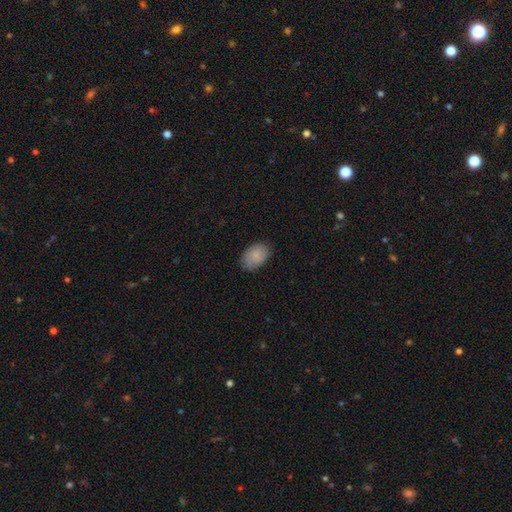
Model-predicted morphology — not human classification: smooth 82%, featured or disk 11%, star or artifact 7%. Down the decision tree: how rounded — in between (82%); merging — none (73%).